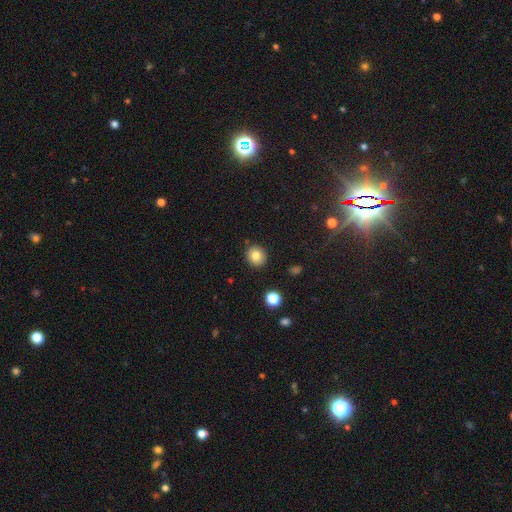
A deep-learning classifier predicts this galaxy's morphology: smooth_or_featured: smooth (p=0.81) [alt: star or artifact p=0.11]
how_rounded: round (p=0.87) [alt: in between p=0.12]
merging: none (p=0.90) [alt: minor disturbance p=0.07]